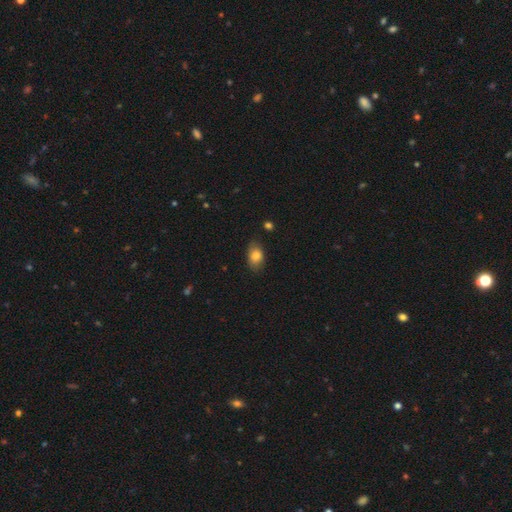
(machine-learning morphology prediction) This is clearly a smooth galaxy (82%). How rounded: clearly in between (84%). Merging: likely none (77%).